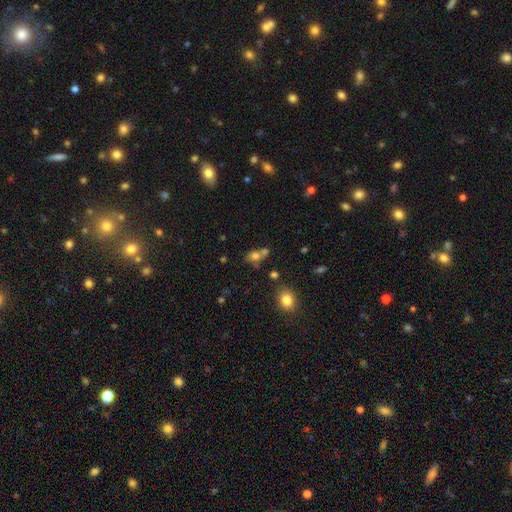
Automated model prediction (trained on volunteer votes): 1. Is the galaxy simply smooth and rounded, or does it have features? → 70% smooth, 15% star or artifact, 15% featured or disk.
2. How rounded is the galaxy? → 57% in between, 40% round, 3% cigar-shaped.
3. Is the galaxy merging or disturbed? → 41% merger, 40% none, 12% minor disturbance, 6% major disturbance.